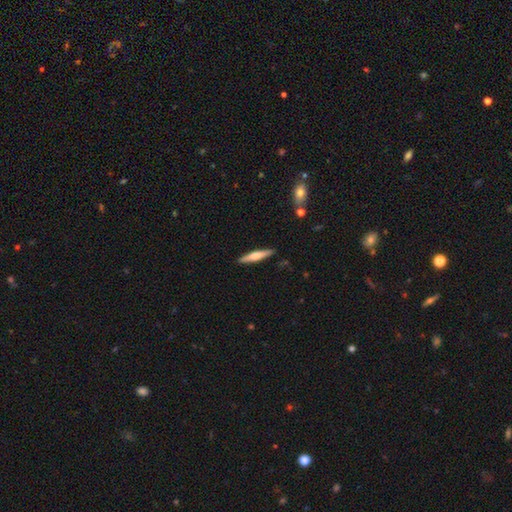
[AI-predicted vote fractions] Smooth or featured? smooth (50%)
How rounded? cigar-shaped (90%)
Merging? none (90%)